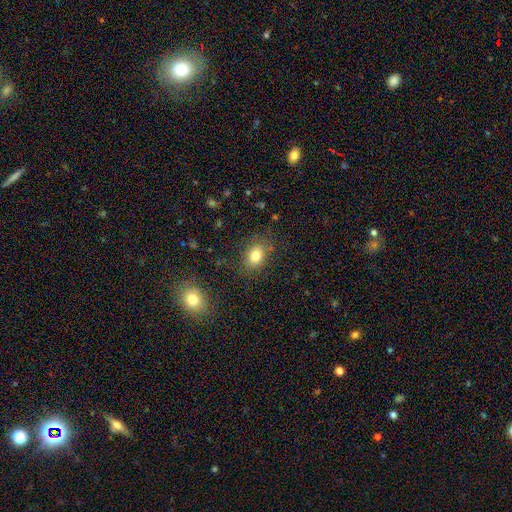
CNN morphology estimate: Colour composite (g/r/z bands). It shows a smooth galaxy with no disk features (80%) that is in between round and cigar-shaped (71%). Merging: none (80%).